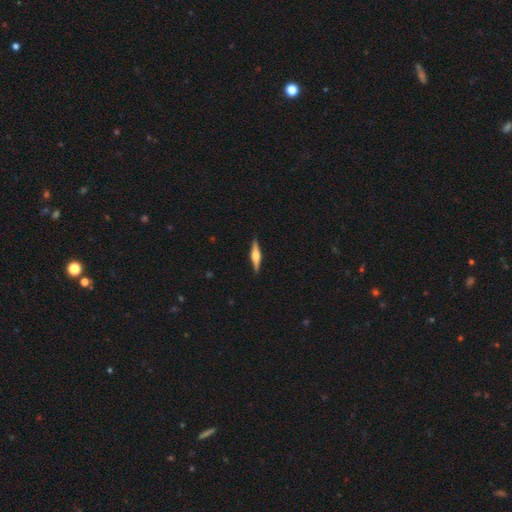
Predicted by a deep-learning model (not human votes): featured or disk 70%, smooth 24%, star or artifact 6%. Down the decision tree: edge-on disk — yes (98%); edge-on bulge — rounded (83%); merging — none (91%).